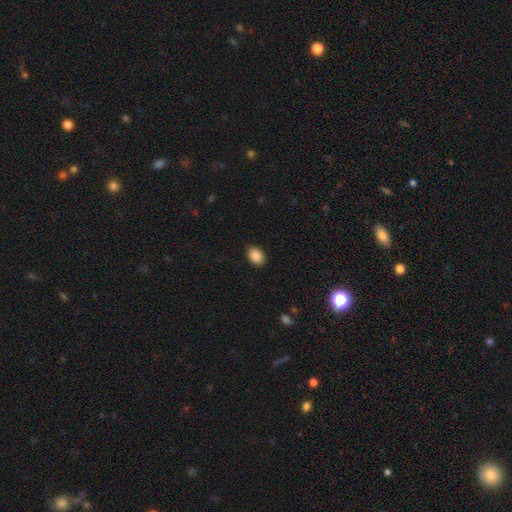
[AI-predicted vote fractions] A smooth galaxy with no disk features (87%) that is in between round and cigar-shaped (78%). Merging: none (87%).